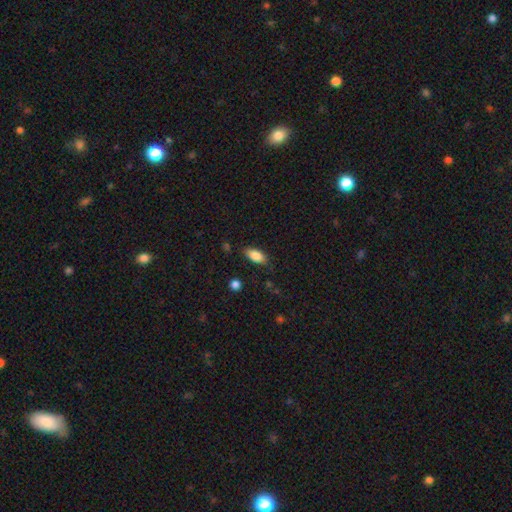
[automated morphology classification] This is clearly a smooth galaxy (84%). How rounded: clearly in between (88%). Merging: clearly none (80%).